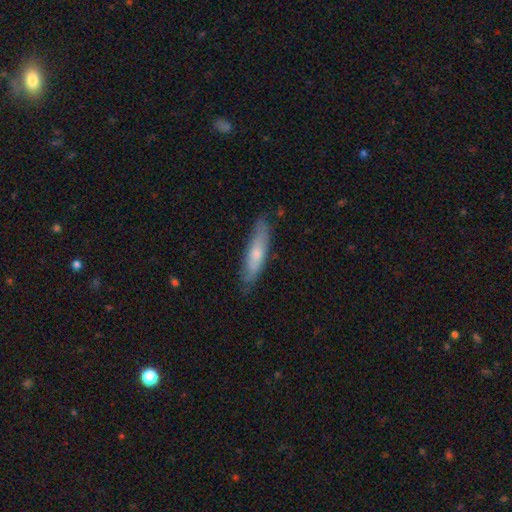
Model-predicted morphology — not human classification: Q: Smooth or featured?
A: smooth (57%); runner-up: featured or disk (37%)
Q: How rounded?
A: cigar-shaped (77%); runner-up: in between (21%)
Q: Merging?
A: none (78%); runner-up: minor disturbance (18%)